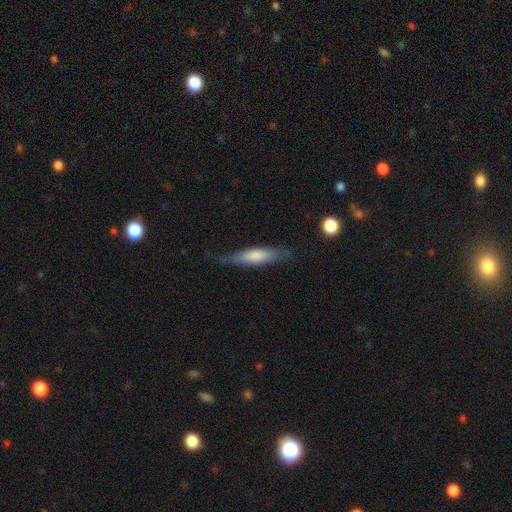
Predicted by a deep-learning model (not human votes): Morphology: type=smooth (68%); roundness=cigar-shaped (71%); merging=none (74%).